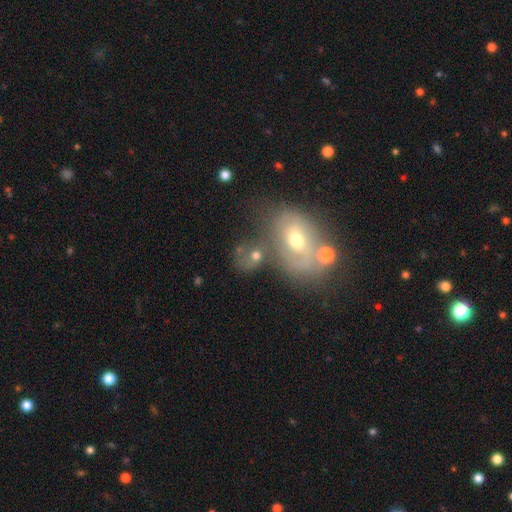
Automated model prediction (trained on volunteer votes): Overall: smooth (56%; featured or disk 30%). How rounded: round (50%; in between 49%). Merging: merger (41%; none 36%).